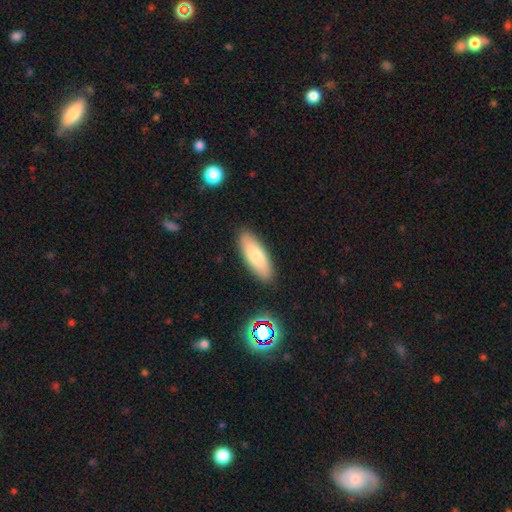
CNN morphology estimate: This is likely a smooth galaxy (76%). How rounded: likely in between (63%). Merging: clearly none (88%).